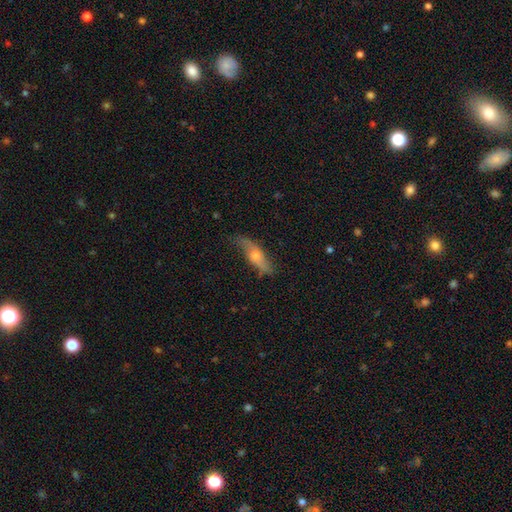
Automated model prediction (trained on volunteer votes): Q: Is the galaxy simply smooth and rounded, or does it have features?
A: featured or disk — 59%.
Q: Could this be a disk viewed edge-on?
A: yes — 55%.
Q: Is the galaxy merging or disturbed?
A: none — 66%.